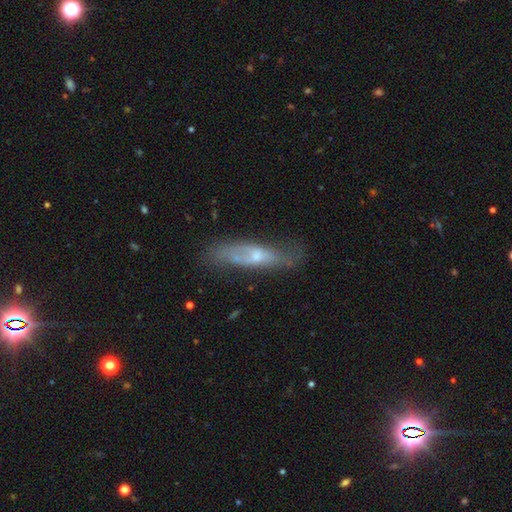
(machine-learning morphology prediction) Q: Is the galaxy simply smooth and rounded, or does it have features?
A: featured or disk — 53%.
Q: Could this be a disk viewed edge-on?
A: no — 57%.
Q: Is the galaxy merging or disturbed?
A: none — 54%.